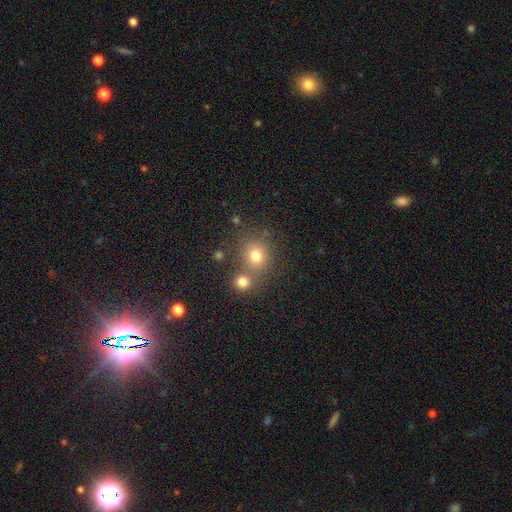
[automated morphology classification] Q: Smooth or featured?
A: smooth (76%); runner-up: star or artifact (15%)
Q: How rounded?
A: round (81%); runner-up: in between (18%)
Q: Merging?
A: none (60%); runner-up: merger (27%)